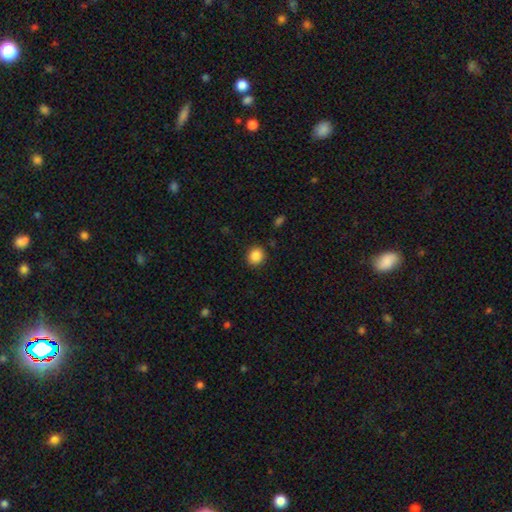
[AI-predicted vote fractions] Smooth or featured: smooth — 87% (star or artifact — 9%)
How rounded: round — 82% (in between — 17%)
Merging: none — 89% (minor disturbance — 7%)